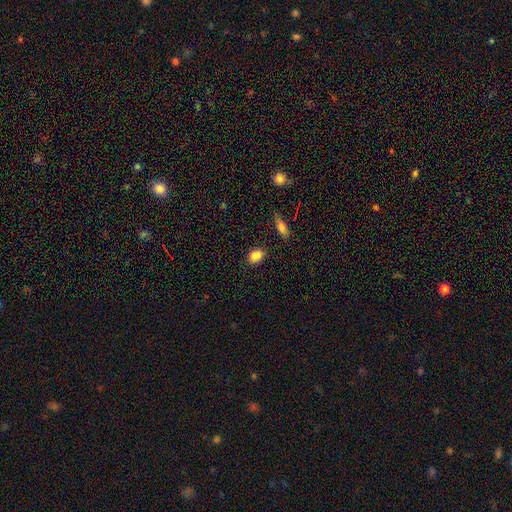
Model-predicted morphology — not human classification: This appears to be a smooth galaxy with no disk features (84%) that is in between round and cigar-shaped (72%). Merging: none (78%).